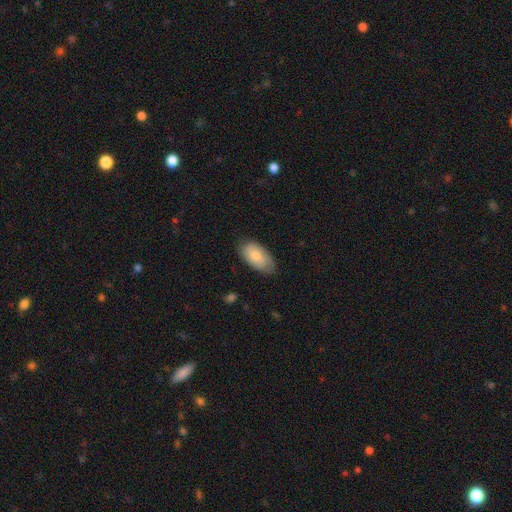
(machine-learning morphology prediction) smooth 80%, featured or disk 14%, star or artifact 6%. Down the decision tree: how rounded — in between (95%); merging — none (77%).